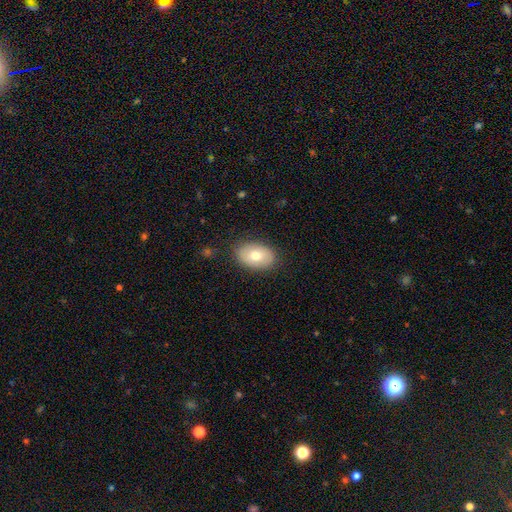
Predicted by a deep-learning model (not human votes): Smooth or featured?
  - smooth: 73% *
  - featured or disk: 20%
  - star or artifact: 7%
How rounded?
  - in between: 87% *
  - round: 12%
  - cigar-shaped: 1%
Merging?
  - none: 85% *
  - minor disturbance: 11%
  - major disturbance: 3%
  - merger: 1%